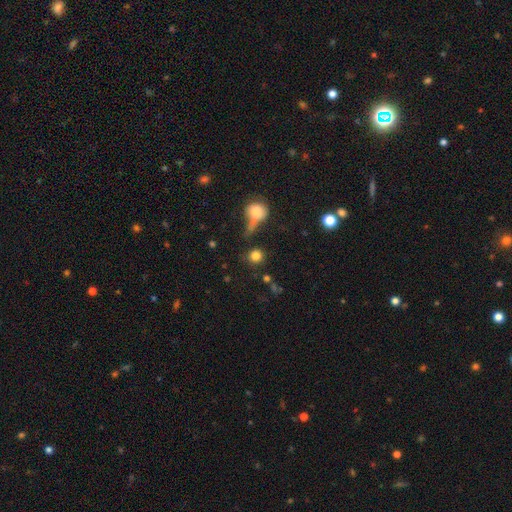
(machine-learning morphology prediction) The model was most divided on "merging": none: 68%, merger: 15%, minor disturbance: 10%, major disturbance: 6%. More confident: how rounded — round (90%); smooth or featured — smooth (81%).